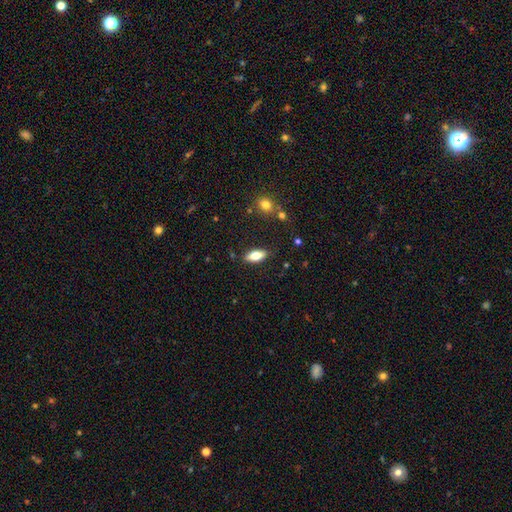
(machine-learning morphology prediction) A smooth galaxy with no disk features (72%) that is in between round and cigar-shaped (79%). Merging: none (86%).